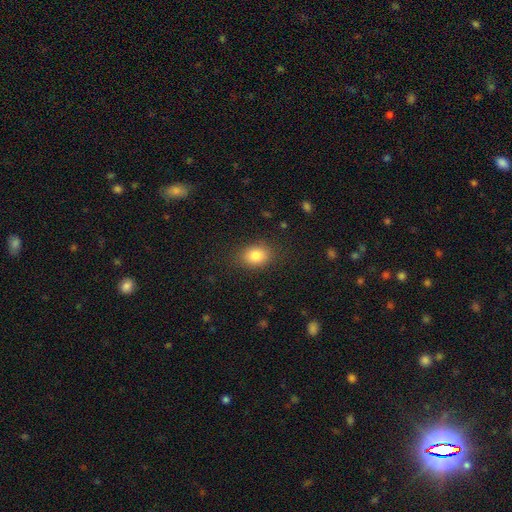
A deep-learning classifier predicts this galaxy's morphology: Smooth or featured: smooth — 83% (star or artifact — 10%)
How rounded: in between — 63% (round — 35%)
Merging: none — 84% (minor disturbance — 11%)